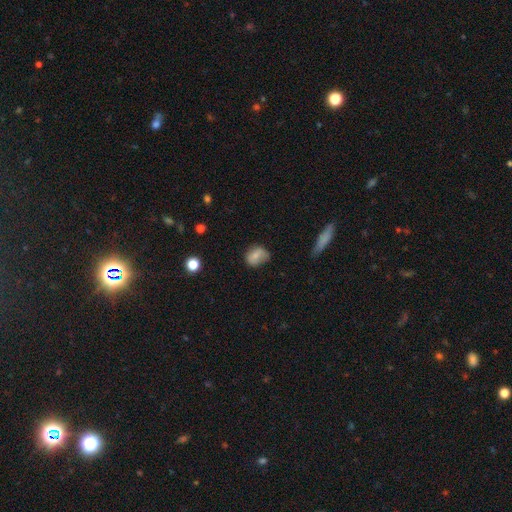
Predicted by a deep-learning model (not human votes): This appears to be a smooth galaxy with no disk features (75%) that is in between round and cigar-shaped (55%). Merging: none (61%).